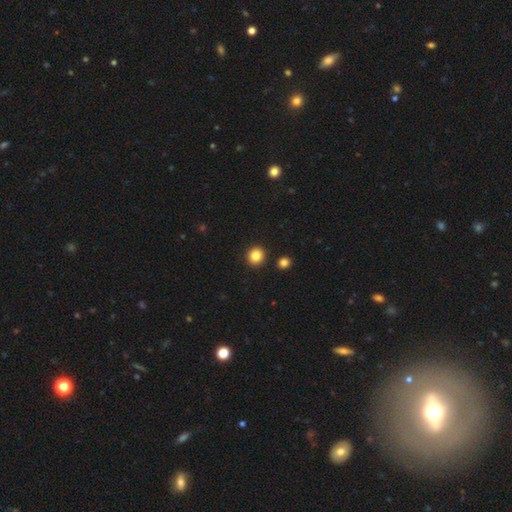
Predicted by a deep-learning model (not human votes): Overall: smooth (86%). How rounded: round (90%). Merging: none (90%).